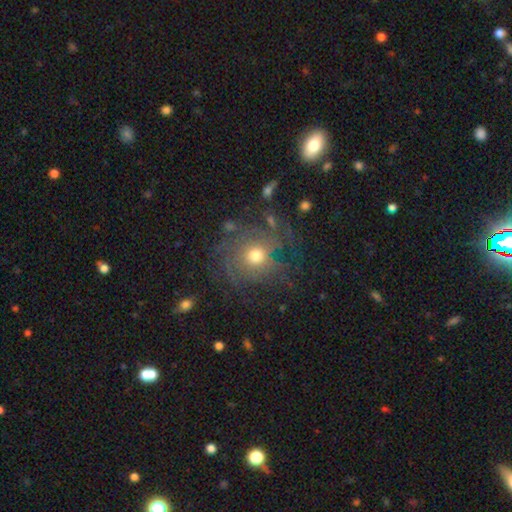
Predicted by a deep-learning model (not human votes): Smooth or featured?
  - featured or disk: 53% *
  - smooth: 32%
  - star or artifact: 15%
Edge-on disk?
  - no: 96% *
  - yes: 4%
Bar?
  - no: 87% *
  - weak: 11%
  - strong: 3%
Spiral arms?
  - yes: 63% *
  - no: 37%
Bulge size?
  - moderate: 61% *
  - small: 26%
  - large: 10%
  - dominant: 2%
  - none: 1%
Merging?
  - none: 64% *
  - major disturbance: 17%
  - minor disturbance: 16%
  - merger: 3%